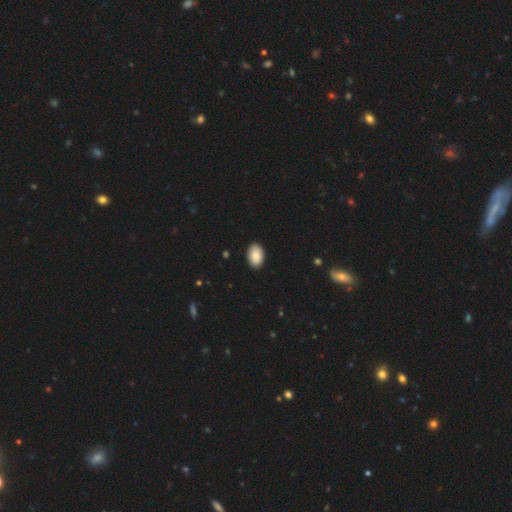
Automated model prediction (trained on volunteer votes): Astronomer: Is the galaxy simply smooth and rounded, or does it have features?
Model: smooth — 88%.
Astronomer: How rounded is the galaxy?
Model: in between — 92%.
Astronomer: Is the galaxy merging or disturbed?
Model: none — 90%.